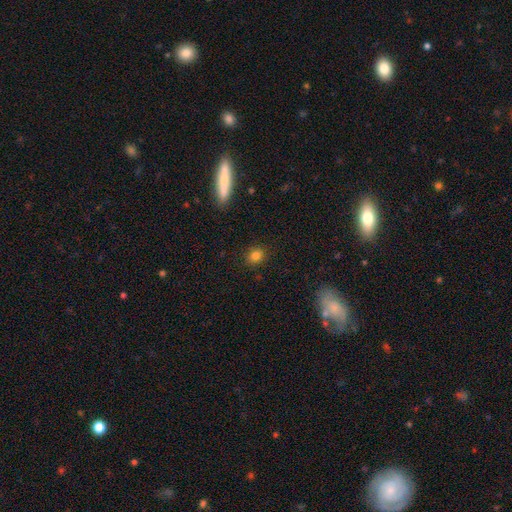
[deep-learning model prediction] Smooth or featured?
  - smooth: 82% *
  - star or artifact: 13%
  - featured or disk: 5%
How rounded?
  - round: 72% *
  - in between: 27%
  - cigar-shaped: 1%
Merging?
  - none: 88% *
  - minor disturbance: 8%
  - major disturbance: 2%
  - merger: 1%